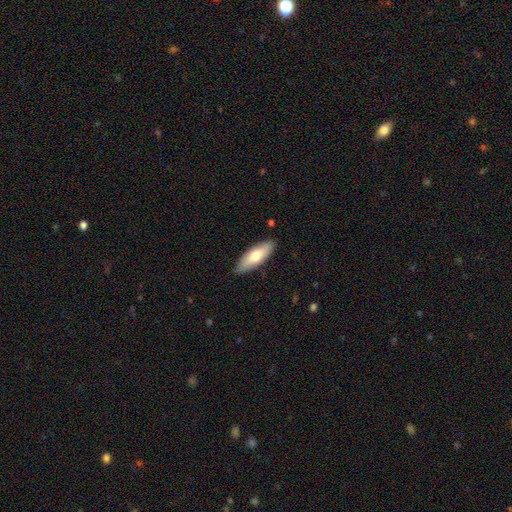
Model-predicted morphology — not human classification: A smooth galaxy with no disk features (67%) that is in between round and cigar-shaped (66%). Merging: none (87%).